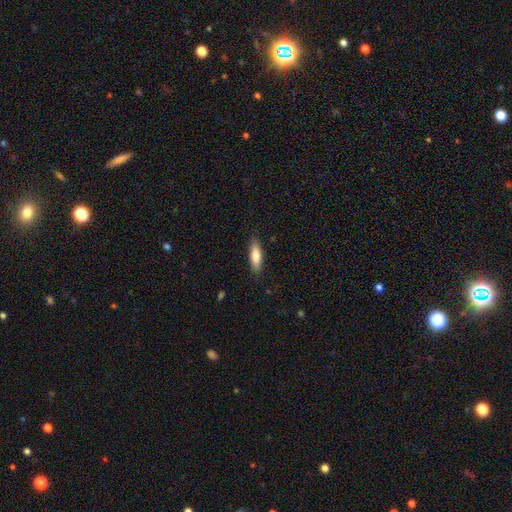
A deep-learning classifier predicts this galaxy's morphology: Overall: smooth (78%). How rounded: cigar-shaped (52%; in between 47%). Merging: none (86%).